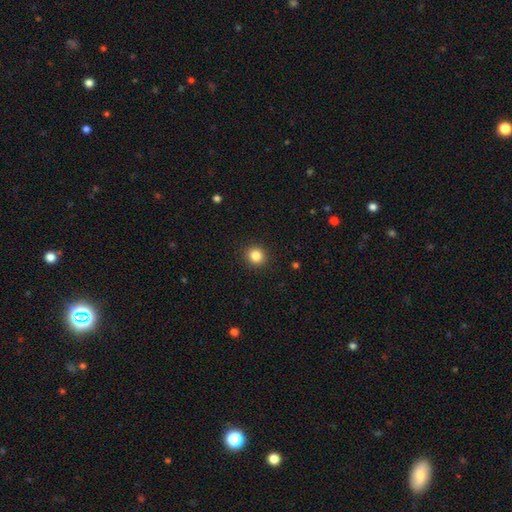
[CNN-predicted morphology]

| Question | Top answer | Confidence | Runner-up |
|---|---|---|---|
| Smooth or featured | smooth | 85% | star or artifact (11%) |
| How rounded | round | 90% | in between (10%) |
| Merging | none | 92% | minor disturbance (5%) |